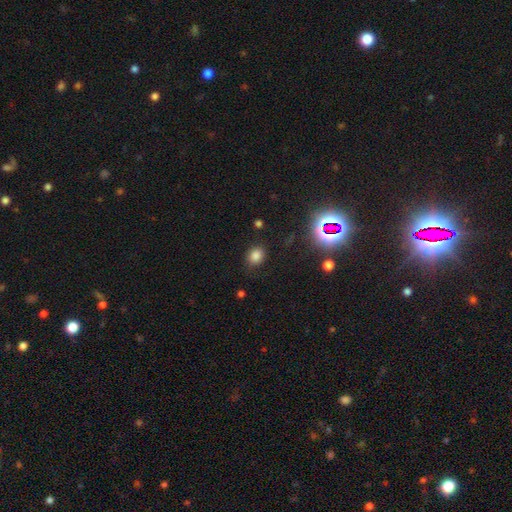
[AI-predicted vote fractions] smooth 78%, star or artifact 16%, featured or disk 6%. Down the decision tree: how rounded — round (56%); merging — none (82%).